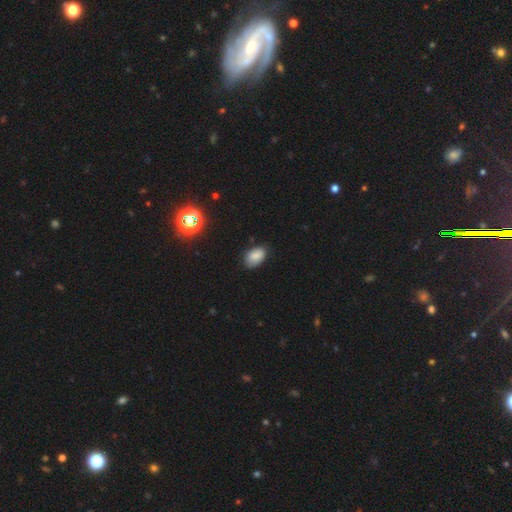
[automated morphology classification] A smooth galaxy with no disk features (84%) that is in between round and cigar-shaped (90%). Merging: none (74%).